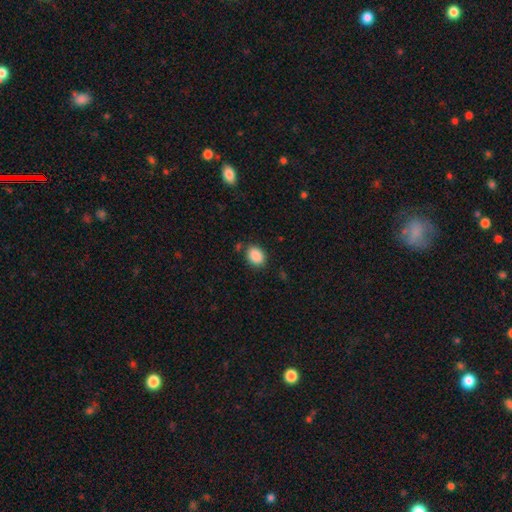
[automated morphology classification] Overall: smooth (88%). How rounded: in between (64%; round 35%). Merging: none (82%).